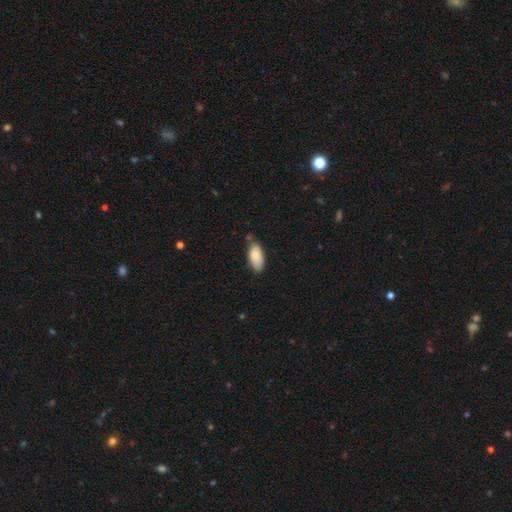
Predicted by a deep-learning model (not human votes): smooth 82%, featured or disk 12%, star or artifact 6%. Down the decision tree: how rounded — in between (90%); merging — none (66%).